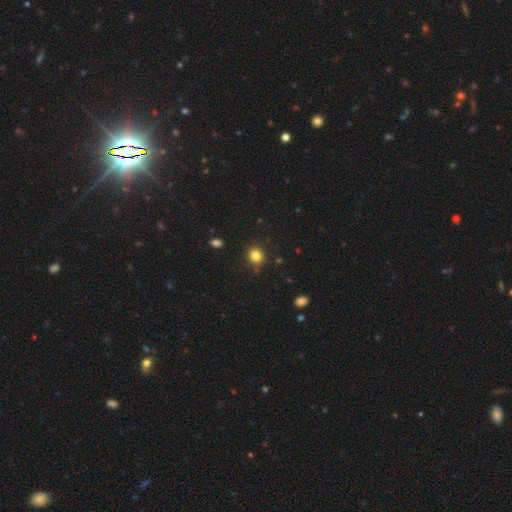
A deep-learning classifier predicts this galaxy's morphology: Overall: smooth (83%). How rounded: round (85%). Merging: none (88%).